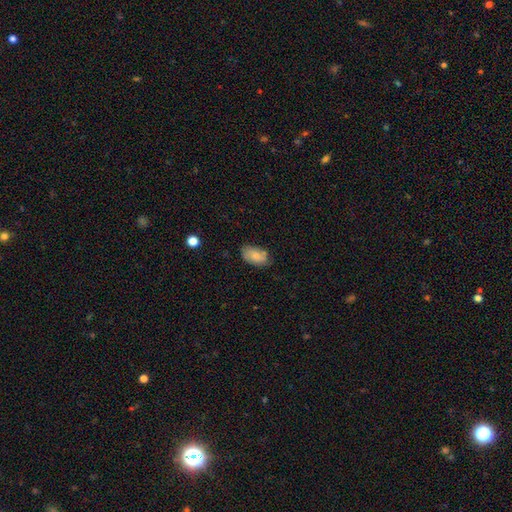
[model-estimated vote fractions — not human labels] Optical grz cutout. It shows a smooth galaxy with no disk features (74%) that is in between round and cigar-shaped (93%). Merging: none (68%).